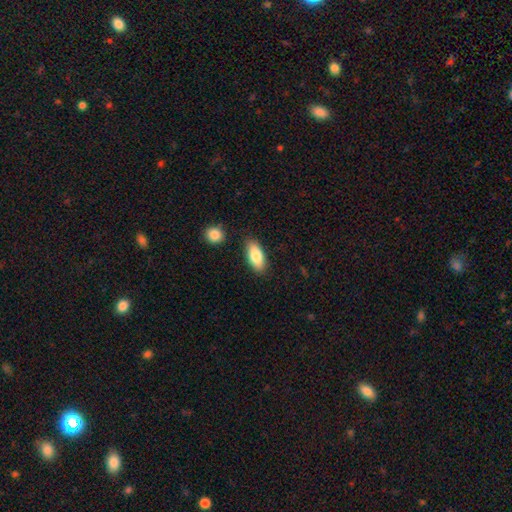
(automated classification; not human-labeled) This is clearly a smooth galaxy (83%). How rounded: clearly in between (85%). Merging: clearly none (85%).